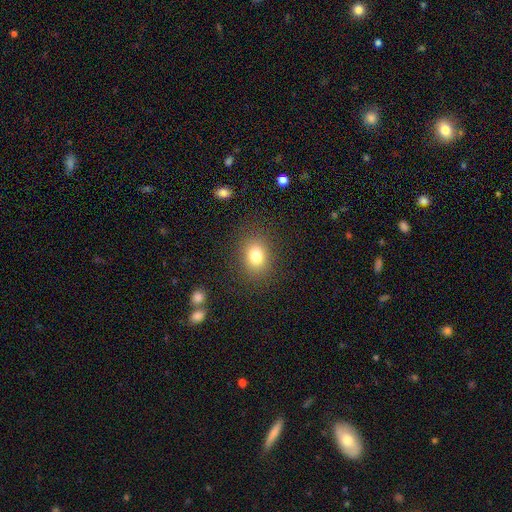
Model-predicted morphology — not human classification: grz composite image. It shows a smooth galaxy with no disk features (80%) that is in between round and cigar-shaped (57%). Merging: none (85%).